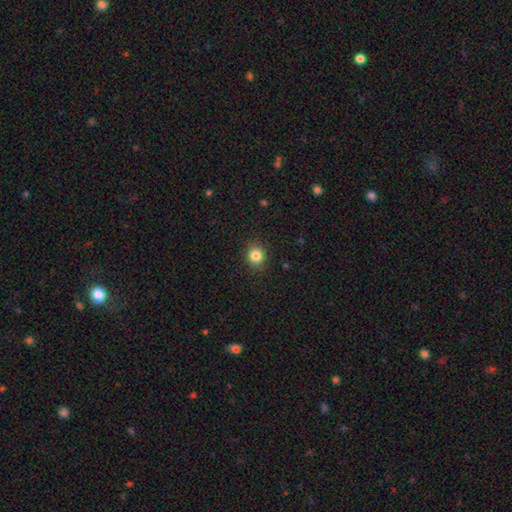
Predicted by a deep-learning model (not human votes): Morphology: type=smooth (85%); roundness=round (85%); merging=none (90%).